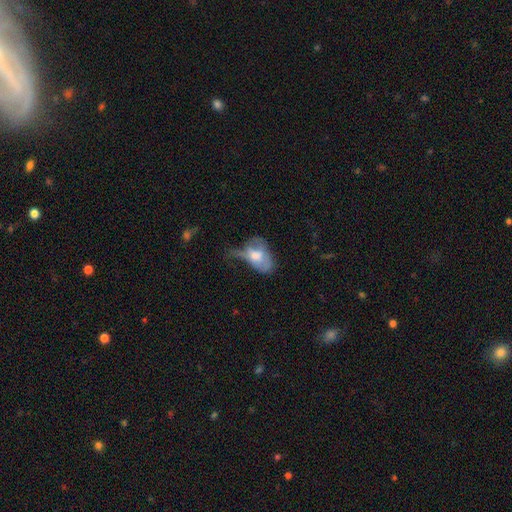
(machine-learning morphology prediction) Overall: smooth (53%; featured or disk 38%). How rounded: in between (87%). Merging: major disturbance (46%; minor disturbance 27%).